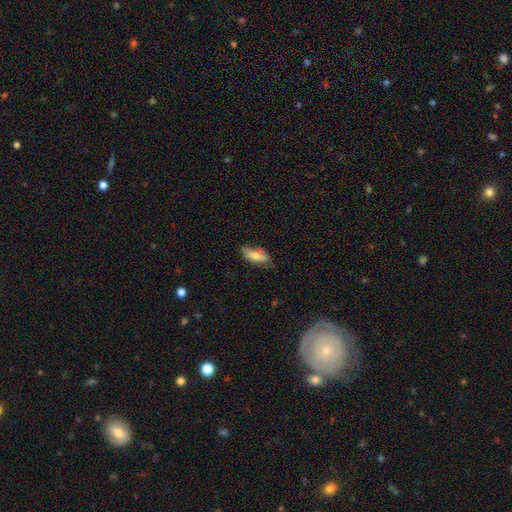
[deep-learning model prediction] Smooth or featured?
  - smooth: 73% *
  - featured or disk: 21%
  - star or artifact: 7%
How rounded?
  - in between: 77% *
  - cigar-shaped: 21%
  - round: 3%
Merging?
  - none: 65% *
  - minor disturbance: 27%
  - major disturbance: 6%
  - merger: 2%